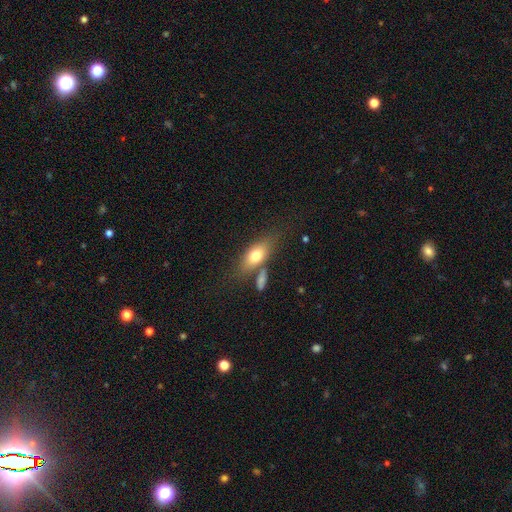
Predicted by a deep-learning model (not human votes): smooth_or_featured: smooth (p=0.71) [alt: featured or disk p=0.22]
how_rounded: in between (p=0.77) [alt: cigar-shaped p=0.17]
merging: none (p=0.61) [alt: merger p=0.17]